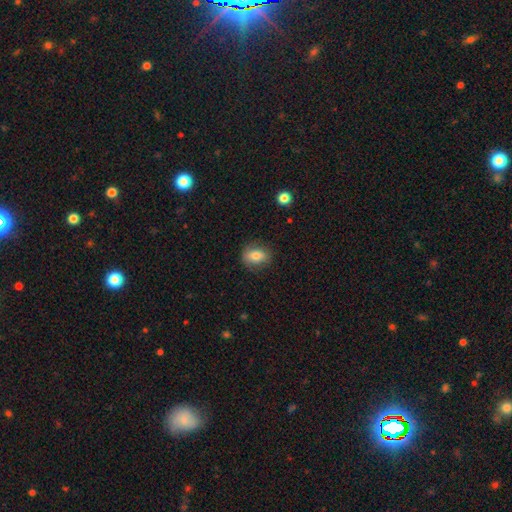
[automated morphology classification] Smooth or featured? smooth (76%)
How rounded? in between (66%)
Merging? none (81%)